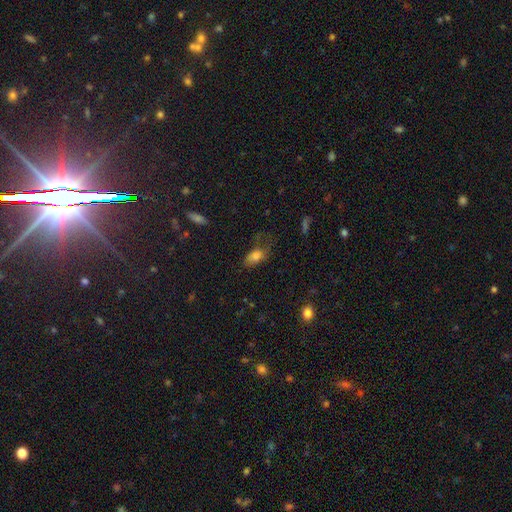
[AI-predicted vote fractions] This appears to be a smooth galaxy with no disk features (75%) that is in between round and cigar-shaped (86%). Merging: none (39%).